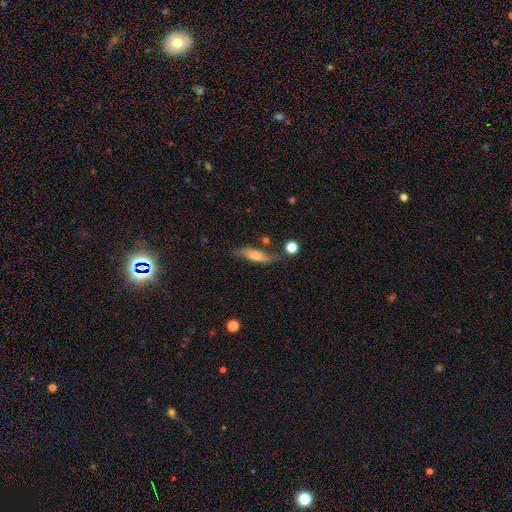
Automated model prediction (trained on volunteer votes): A smooth galaxy with no disk features (60%) that is cigar-shaped (57%).

Vote fractions:
- Smooth or featured? smooth: 60% / featured or disk: 32% / star or artifact: 7%
- How rounded? cigar-shaped: 57% / in between: 40% / round: 3%
- Merging? none: 64% / minor disturbance: 23% / major disturbance: 7% / merger: 7%